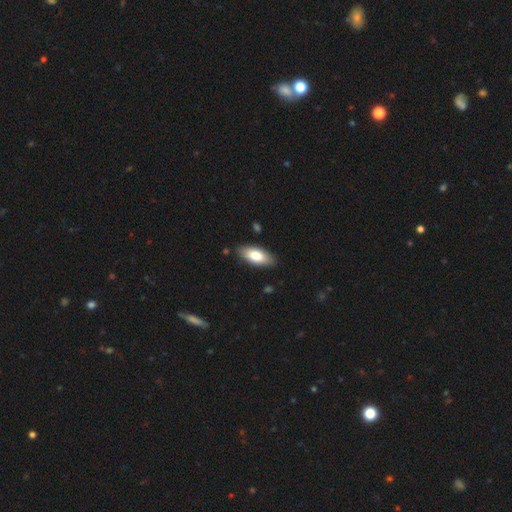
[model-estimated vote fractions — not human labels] smooth-or-featured: smooth: 78% | featured or disk: 16% | star or artifact: 6%
  how-rounded: in between: 84% | cigar-shaped: 14% | round: 2%
  merging: none: 85% | minor disturbance: 11% | major disturbance: 2% | merger: 1%